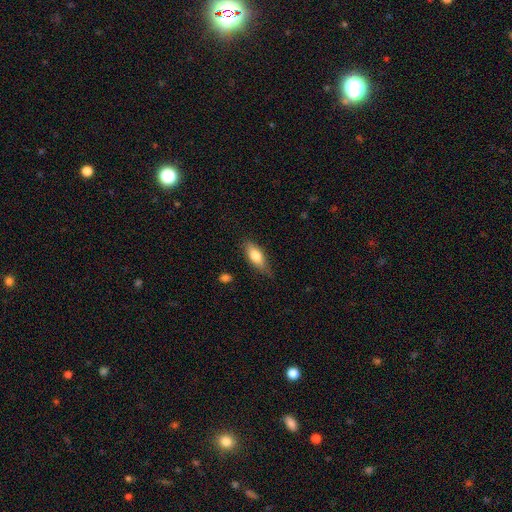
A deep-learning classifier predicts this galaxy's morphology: This appears to be a smooth galaxy with no disk features (71%) that is in between round and cigar-shaped (70%). Merging: none (70%).